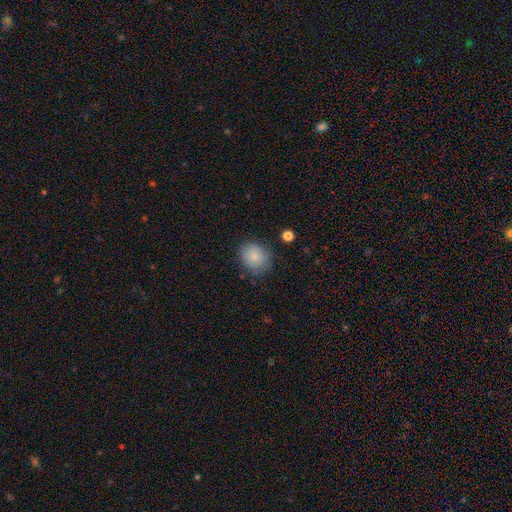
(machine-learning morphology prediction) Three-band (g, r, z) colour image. It shows a smooth galaxy with no disk features (85%) that is round (64%). Merging: none (79%).